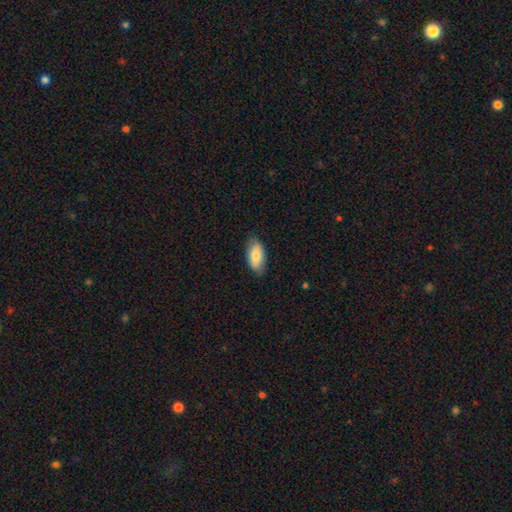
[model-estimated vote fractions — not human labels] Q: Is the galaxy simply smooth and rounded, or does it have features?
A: smooth — 74%.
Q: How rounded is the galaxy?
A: in between — 91%.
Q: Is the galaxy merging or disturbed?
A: none — 81%.